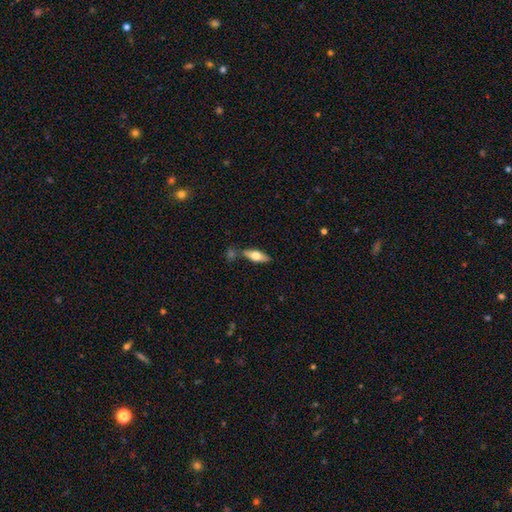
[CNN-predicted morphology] This appears to be a smooth galaxy with no disk features (57%) that is in between round and cigar-shaped (59%). Merging: none (73%).